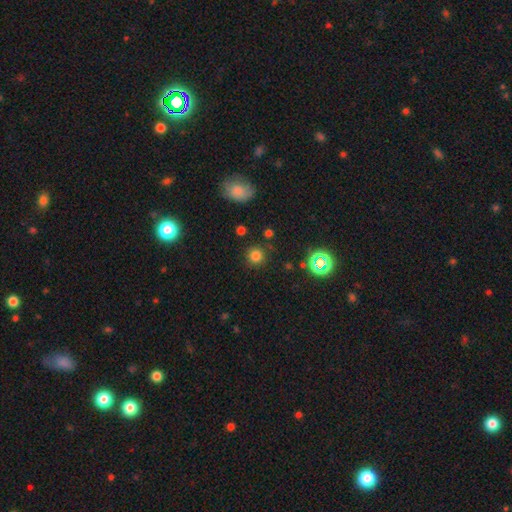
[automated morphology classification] Smooth or featured? smooth (76%)
How rounded? round (93%)
Merging? none (87%)